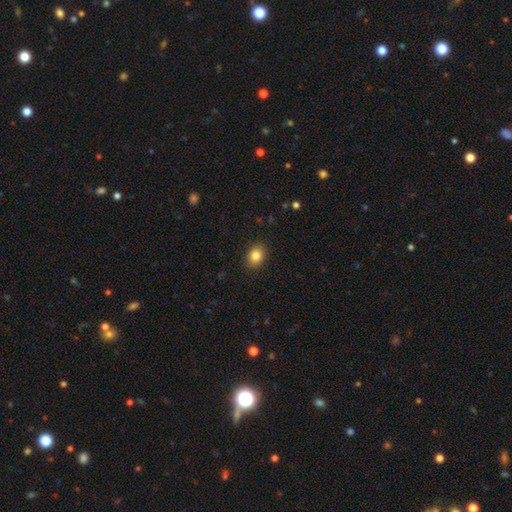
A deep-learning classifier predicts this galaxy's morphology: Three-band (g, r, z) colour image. It shows a smooth galaxy with no disk features (85%) that is in between round and cigar-shaped (55%). Merging: none (90%).